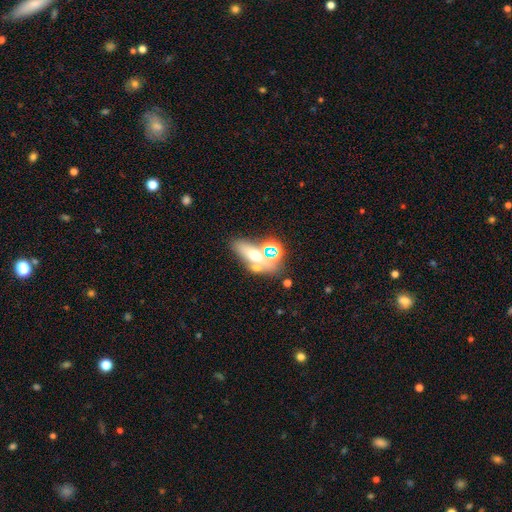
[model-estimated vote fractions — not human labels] Smooth or featured? smooth (46%)
Merging? none (50%)